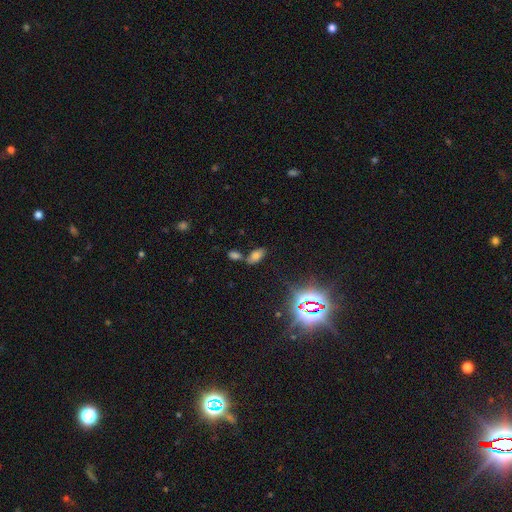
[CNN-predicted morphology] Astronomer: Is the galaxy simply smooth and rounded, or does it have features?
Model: smooth — 63%.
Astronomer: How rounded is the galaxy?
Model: in between — 91%.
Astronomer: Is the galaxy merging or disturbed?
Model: none — 59%.